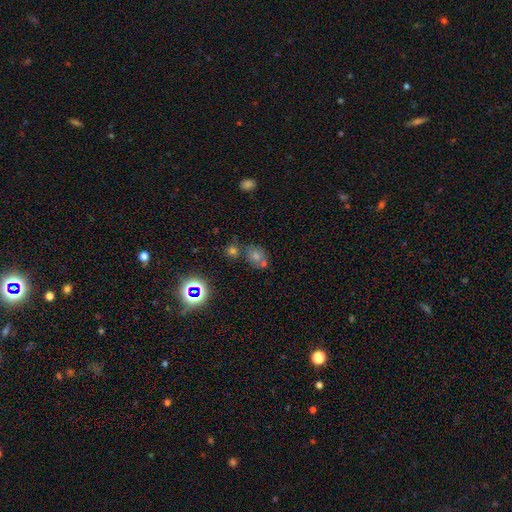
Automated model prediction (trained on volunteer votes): This appears to be a smooth galaxy with no disk features (44%). Merging: none (62%).